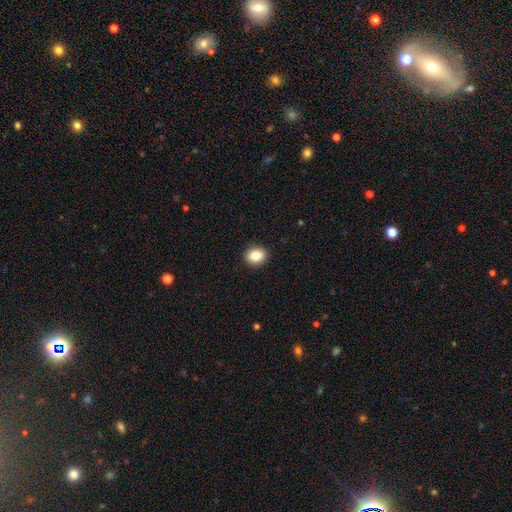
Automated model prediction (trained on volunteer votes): A smooth galaxy with no disk features (86%) that is round (56%).

Vote fractions:
- Smooth or featured? smooth: 86% / star or artifact: 9% / featured or disk: 5%
- How rounded? round: 56% / in between: 43% / cigar-shaped: 1%
- Merging? none: 92% / minor disturbance: 6% / major disturbance: 2% / merger: 1%